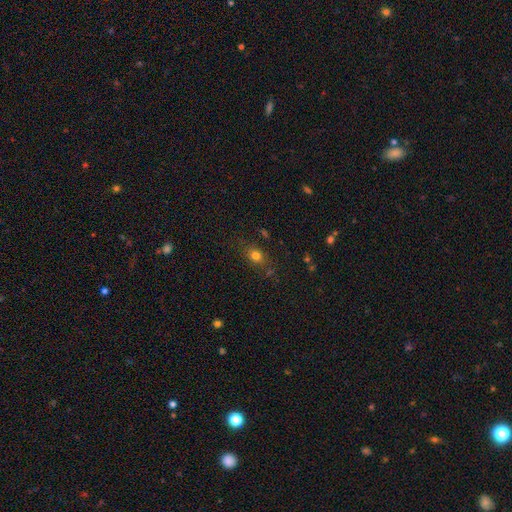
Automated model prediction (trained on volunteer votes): A smooth galaxy with no disk features (76%) that is round (52%). Merging: none (77%).